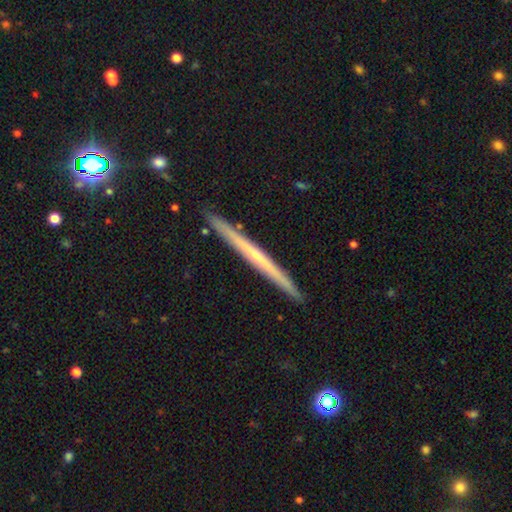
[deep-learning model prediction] A featured or disk galaxy (69%) viewed edge-on (98%) with no central bulge (60%). Merging: none (92%).